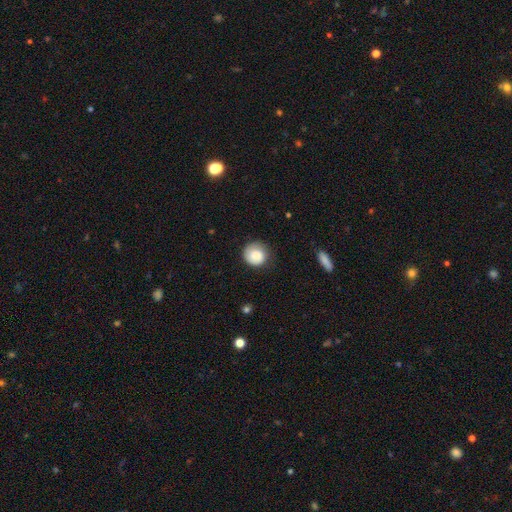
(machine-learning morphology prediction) A smooth galaxy with no disk features (78%) that is round (90%).

Vote fractions:
- Smooth or featured? smooth: 78% / featured or disk: 15% / star or artifact: 7%
- How rounded? round: 90% / in between: 9% / cigar-shaped: 1%
- Merging? none: 72% / minor disturbance: 20% / major disturbance: 6% / merger: 1%